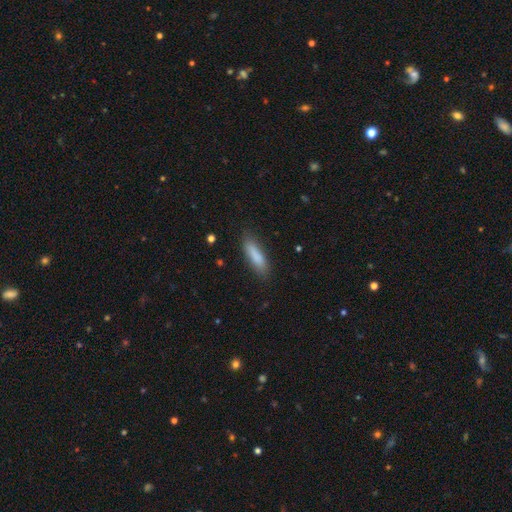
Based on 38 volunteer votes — smooth_or_featured: smooth (p=0.82) [alt: featured or disk p=0.18]
how_rounded: cigar-shaped (p=0.81) [alt: in between p=0.16]
merging: none (p=0.82) [alt: minor disturbance p=0.13]